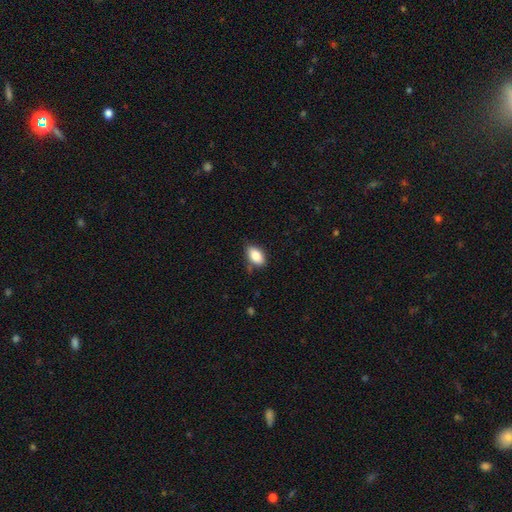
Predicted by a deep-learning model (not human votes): Smooth or featured?
  - smooth: 86% *
  - star or artifact: 7%
  - featured or disk: 7%
How rounded?
  - in between: 91% *
  - round: 6%
  - cigar-shaped: 2%
Merging?
  - none: 76% *
  - minor disturbance: 18%
  - major disturbance: 3%
  - merger: 2%